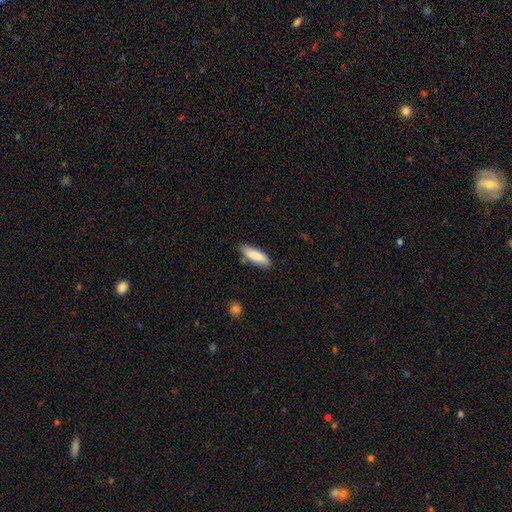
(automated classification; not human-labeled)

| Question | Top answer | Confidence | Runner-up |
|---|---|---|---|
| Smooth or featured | smooth | 85% | featured or disk (9%) |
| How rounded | in between | 55% | cigar-shaped (43%) |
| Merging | none | 82% | minor disturbance (13%) |